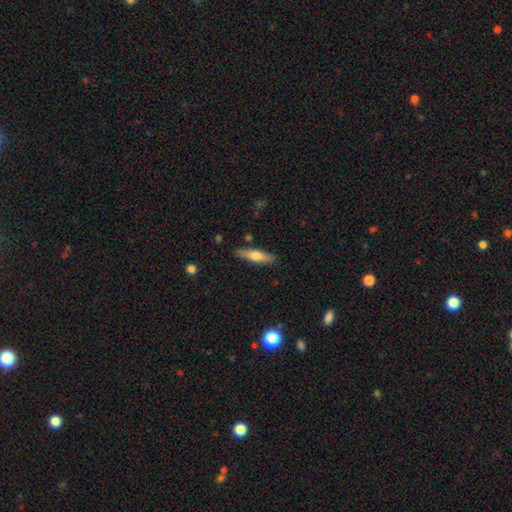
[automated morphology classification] Q: Smooth or featured?
A: smooth (56%); runner-up: featured or disk (38%)
Q: How rounded?
A: cigar-shaped (69%); runner-up: in between (29%)
Q: Merging?
A: none (86%); runner-up: minor disturbance (10%)